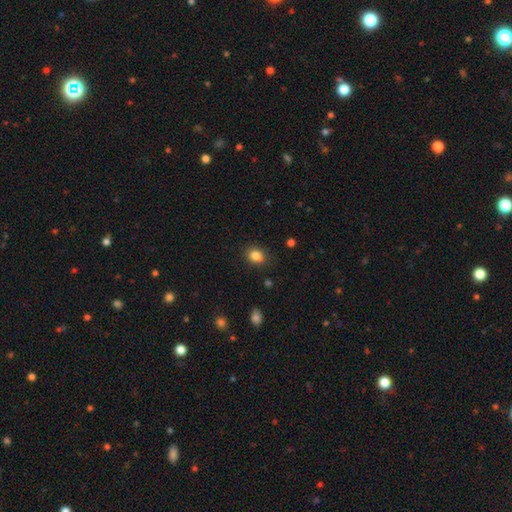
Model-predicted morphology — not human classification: The model was most divided on "how rounded": in between: 51%, round: 48%, cigar-shaped: 1%. More confident: smooth or featured — smooth (85%); merging — none (82%).